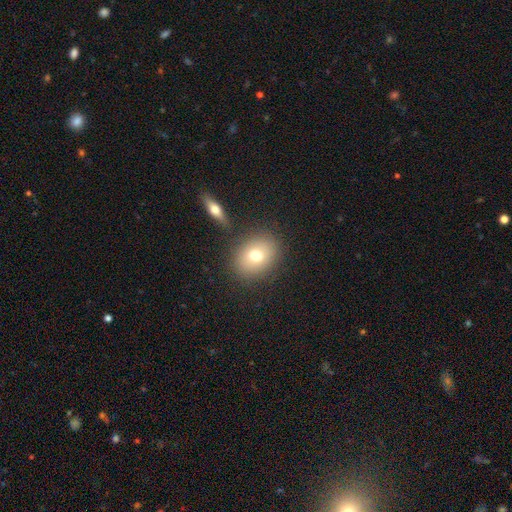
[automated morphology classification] smooth_or_featured: smooth (p=0.72) [alt: featured or disk p=0.17]
how_rounded: round (p=0.55) [alt: in between p=0.44]
merging: none (p=0.81) [alt: minor disturbance p=0.09]